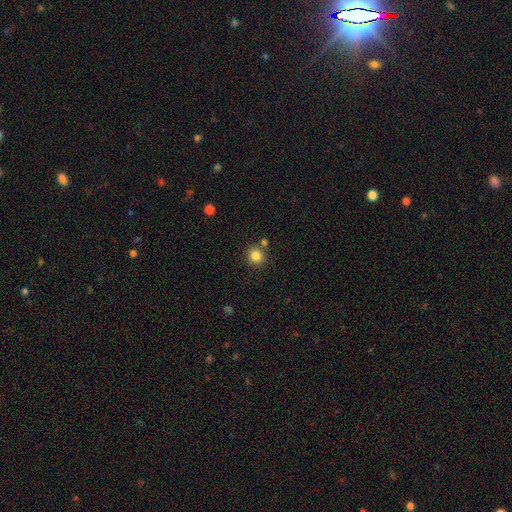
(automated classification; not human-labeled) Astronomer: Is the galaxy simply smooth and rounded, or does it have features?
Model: smooth — 84%.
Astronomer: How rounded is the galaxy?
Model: round — 91%.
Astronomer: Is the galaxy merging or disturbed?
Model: none — 80%.